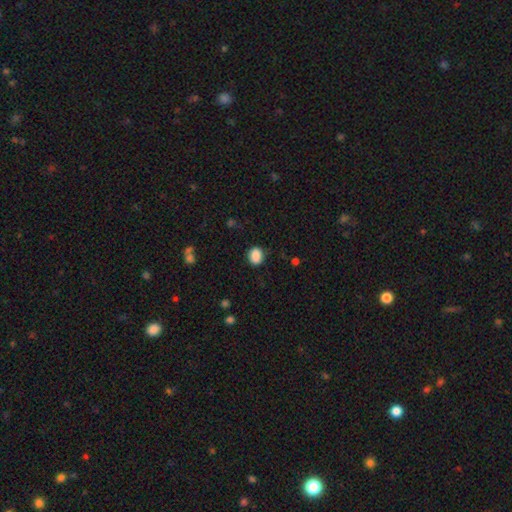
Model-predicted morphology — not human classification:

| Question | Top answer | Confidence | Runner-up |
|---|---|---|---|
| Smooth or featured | smooth | 88% | star or artifact (8%) |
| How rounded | in between | 54% | round (45%) |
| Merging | none | 84% | minor disturbance (12%) |